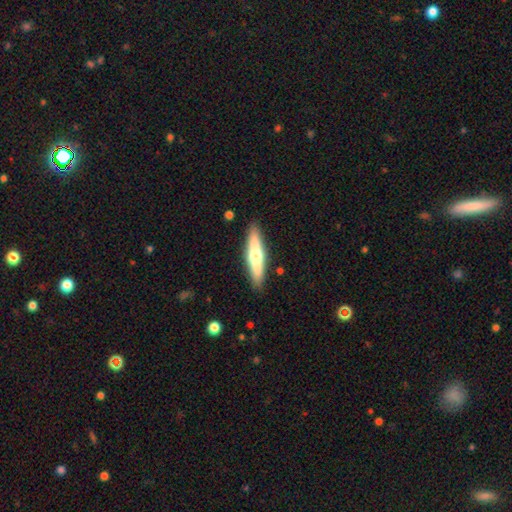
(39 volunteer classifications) Volunteers were most divided on "smooth or featured": featured or disk: 62%, smooth: 31%, star or artifact: 8%. More confident: edge-on disk — yes (96%); edge-on bulge — rounded (91%); merging — none (86%).